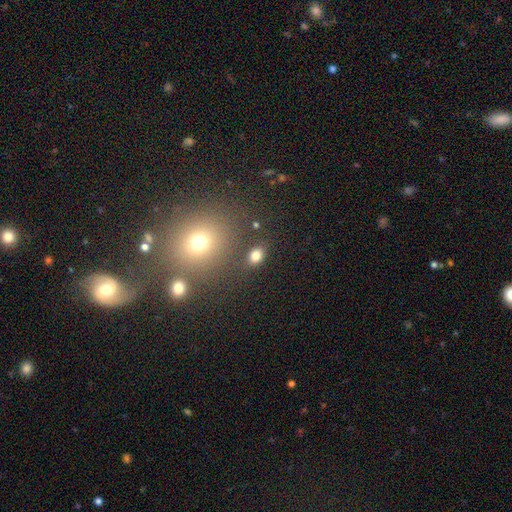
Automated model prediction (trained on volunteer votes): Smooth or featured? Predicted: smooth (p=0.79). How rounded? Predicted: in between (p=0.76). Merging? Predicted: none (p=0.78).